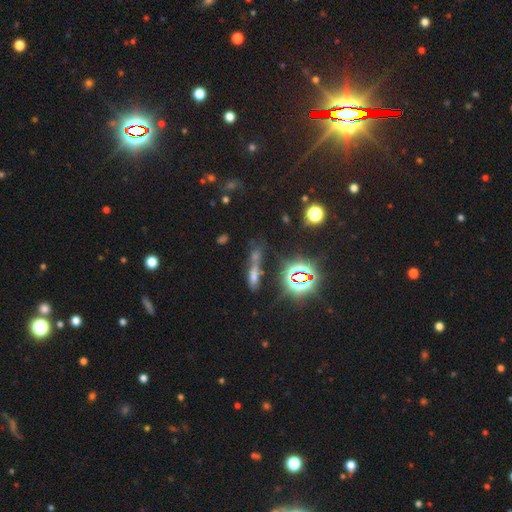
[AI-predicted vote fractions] smooth_or_featured: star or artifact (p=0.48) [alt: smooth p=0.34]